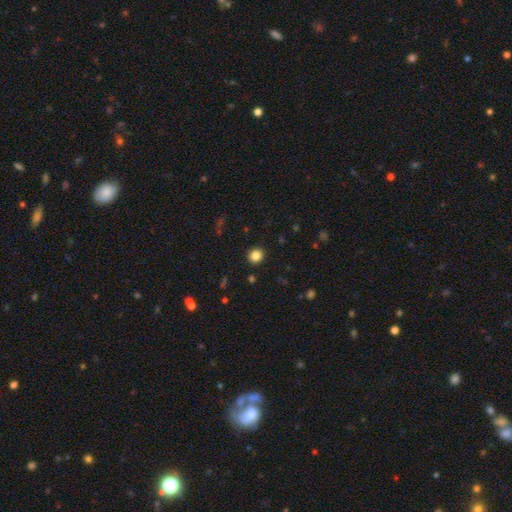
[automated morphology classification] Overall: smooth (85%). How rounded: round (87%). Merging: none (92%).